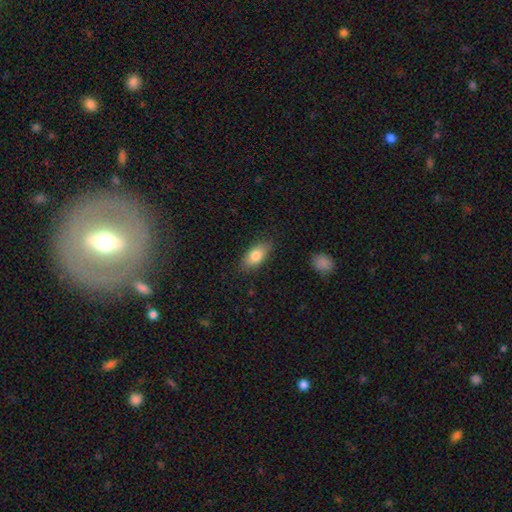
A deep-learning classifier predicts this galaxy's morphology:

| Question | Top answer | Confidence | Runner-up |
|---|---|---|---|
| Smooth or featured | smooth | 80% | featured or disk (13%) |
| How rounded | in between | 87% | cigar-shaped (9%) |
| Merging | none | 83% | minor disturbance (13%) |